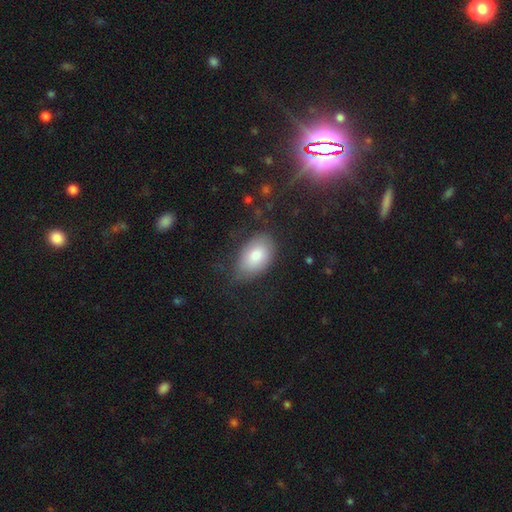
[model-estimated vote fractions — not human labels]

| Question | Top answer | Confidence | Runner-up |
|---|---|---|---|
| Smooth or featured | smooth | 75% | featured or disk (14%) |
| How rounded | in between | 89% | round (9%) |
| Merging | none | 67% | minor disturbance (24%) |